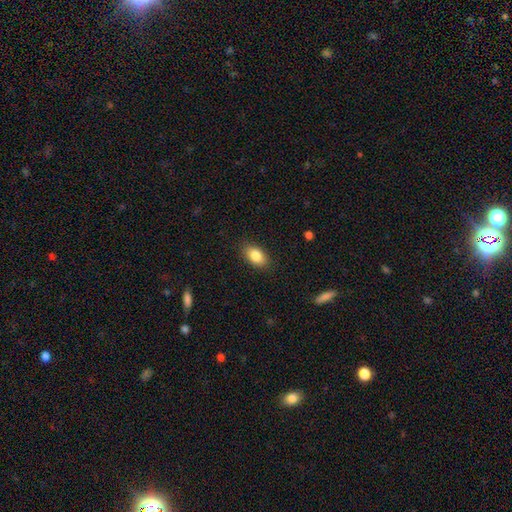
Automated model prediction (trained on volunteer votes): A smooth galaxy with no disk features (84%) that is in between round and cigar-shaped (89%). Merging: none (86%).